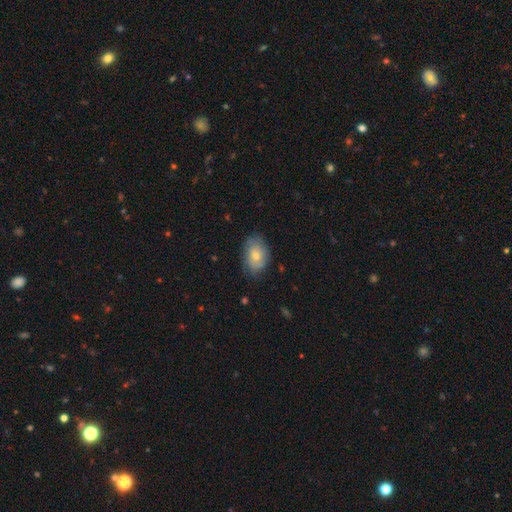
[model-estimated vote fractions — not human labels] This is possibly a smooth galaxy (53%). How rounded: likely in between (79%). Merging: likely none (74%).